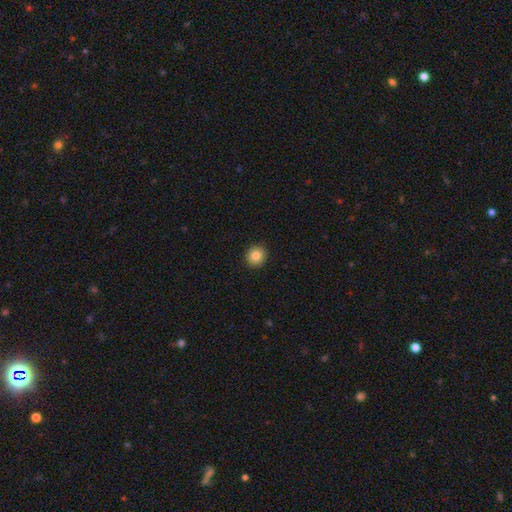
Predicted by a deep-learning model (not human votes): This is clearly a smooth galaxy (85%). How rounded: clearly round (86%). Merging: clearly none (92%).